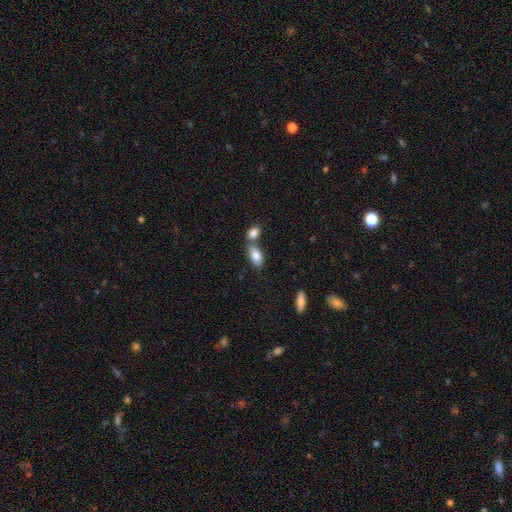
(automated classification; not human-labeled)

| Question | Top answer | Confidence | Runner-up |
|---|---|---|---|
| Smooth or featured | smooth | 82% | featured or disk (11%) |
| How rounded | in between | 89% | cigar-shaped (6%) |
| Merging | none | 51% | merger (36%) |